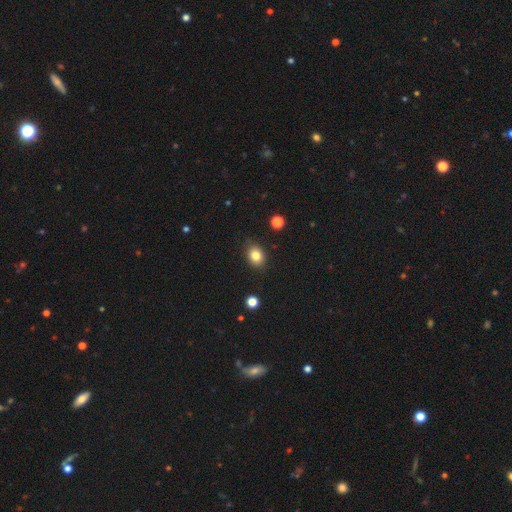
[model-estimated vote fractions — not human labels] This is clearly a smooth galaxy (82%). How rounded: likely in between (64%). Merging: clearly none (85%).